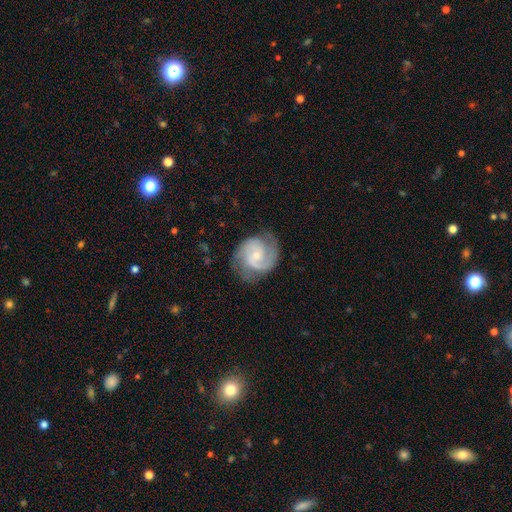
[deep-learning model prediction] Smooth or featured? Predicted: featured or disk (p=0.85). Edge-on disk? Predicted: no (p=0.98). Bar? Predicted: no (p=0.55). Spiral arms? Predicted: yes (p=0.97). Spiral winding? Predicted: medium (p=0.50). Spiral arm count? Predicted: 2 (p=0.81). Bulge size? Predicted: small (p=0.60). Merging? Predicted: none (p=0.72).